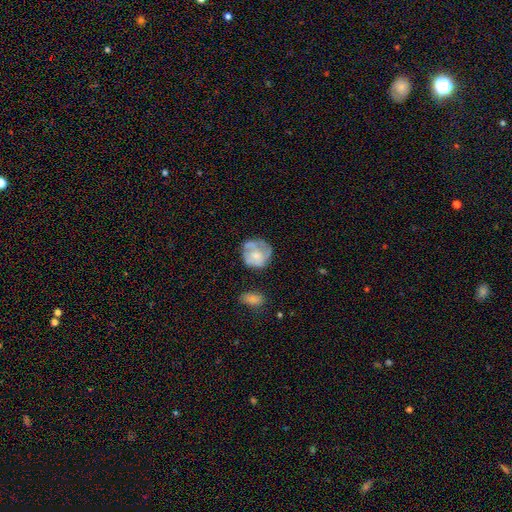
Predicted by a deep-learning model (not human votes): This appears to be a smooth galaxy with no disk features (48%). Merging: none (54%).